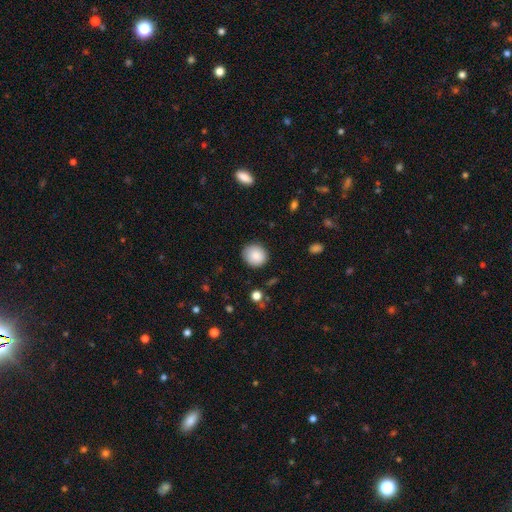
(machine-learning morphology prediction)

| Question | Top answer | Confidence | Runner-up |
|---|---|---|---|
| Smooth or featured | smooth | 86% | star or artifact (8%) |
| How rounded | round | 85% | in between (14%) |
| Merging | none | 88% | minor disturbance (9%) |